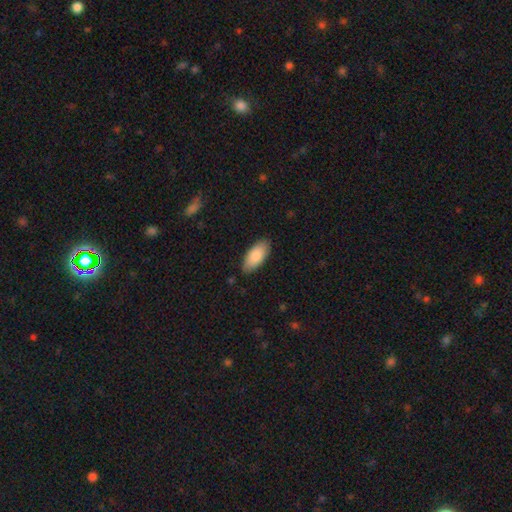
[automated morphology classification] Overall: smooth (86%). How rounded: in between (91%). Merging: none (84%).